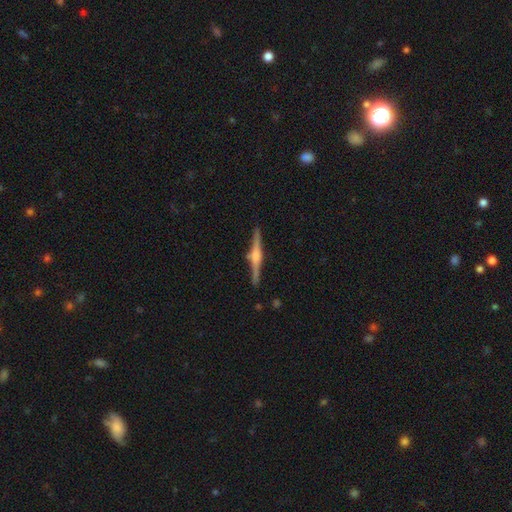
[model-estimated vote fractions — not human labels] A featured or disk galaxy (80%) viewed edge-on (98%) with a rounded central bulge (79%). Merging: none (88%).